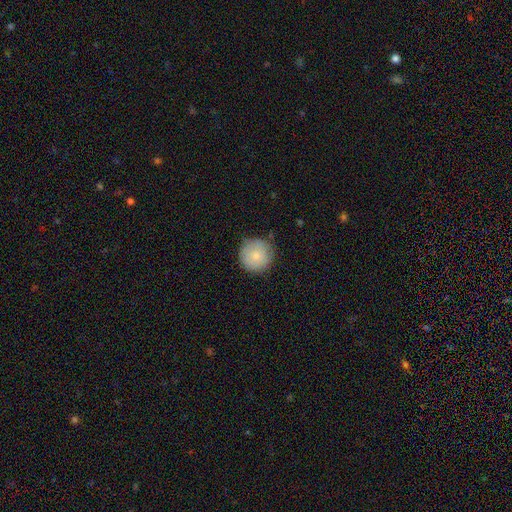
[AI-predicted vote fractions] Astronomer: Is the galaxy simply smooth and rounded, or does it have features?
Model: smooth — 81%.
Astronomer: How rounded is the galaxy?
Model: round — 96%.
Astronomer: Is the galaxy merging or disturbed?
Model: none — 81%.